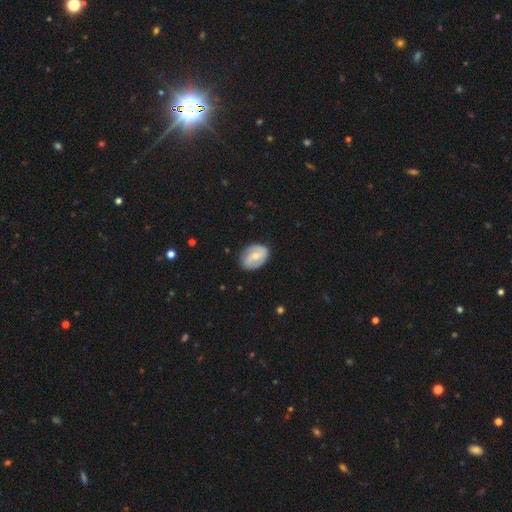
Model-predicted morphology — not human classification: Q: Smooth or featured?
A: featured or disk (61%); runner-up: smooth (33%)
Q: Edge-on disk?
A: no (97%); runner-up: yes (3%)
Q: Bar?
A: weak (46%); runner-up: no (41%)
Q: Spiral arms?
A: yes (87%); runner-up: no (13%)
Q: Spiral winding?
A: medium (42%); runner-up: tight (35%)
Q: Spiral arm count?
A: 2 (81%); runner-up: can't tell (11%)
Q: Bulge size?
A: moderate (46%); runner-up: small (44%)
Q: Merging?
A: none (80%); runner-up: minor disturbance (15%)